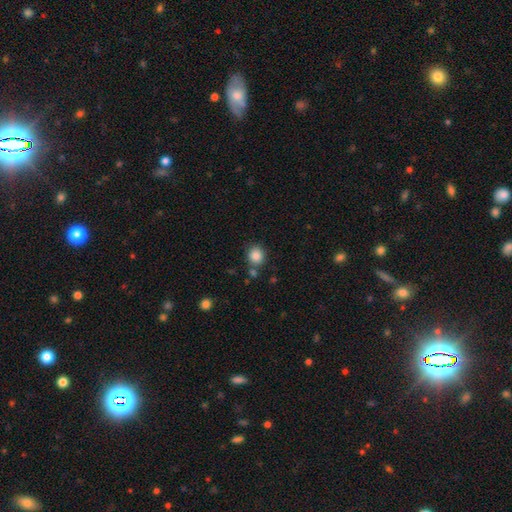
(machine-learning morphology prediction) smooth_or_featured: smooth (p=0.86) [alt: star or artifact p=0.10]
how_rounded: round (p=0.82) [alt: in between p=0.17]
merging: none (p=0.76) [alt: minor disturbance p=0.11]